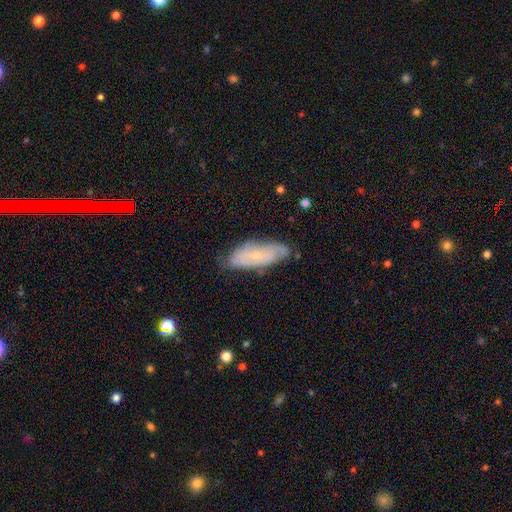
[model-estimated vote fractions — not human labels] This is possibly a smooth galaxy (47%). Merging: likely none (69%).